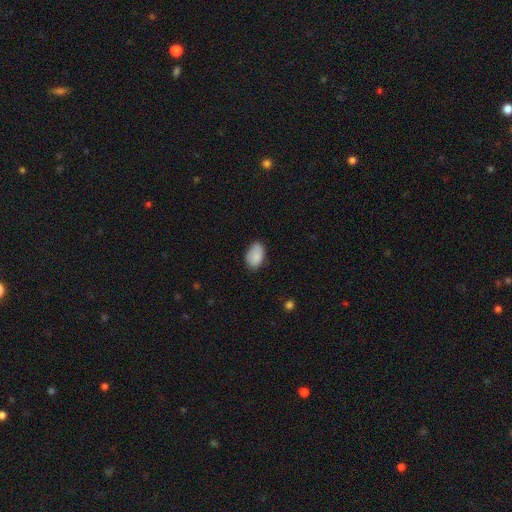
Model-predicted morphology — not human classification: smooth_or_featured: smooth (p=0.87) [alt: star or artifact p=0.07]
how_rounded: in between (p=0.90) [alt: round p=0.09]
merging: none (p=0.74) [alt: minor disturbance p=0.21]